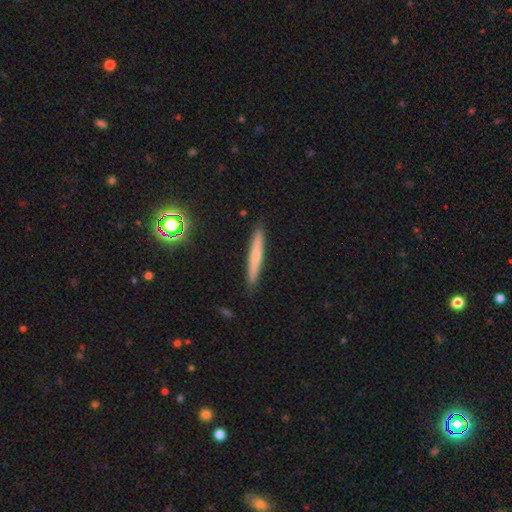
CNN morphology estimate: A smooth galaxy with no disk features (61%) that is cigar-shaped (95%).

Vote fractions:
- Smooth or featured? smooth: 61% / featured or disk: 31% / star or artifact: 8%
- How rounded? cigar-shaped: 95% / in between: 3% / round: 2%
- Merging? none: 91% / minor disturbance: 7% / major disturbance: 1% / merger: 1%